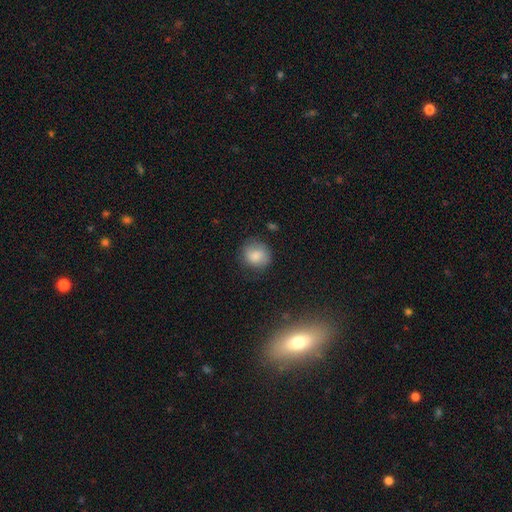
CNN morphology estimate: This is clearly a smooth galaxy (82%). How rounded: clearly round (80%). Merging: likely none (73%).